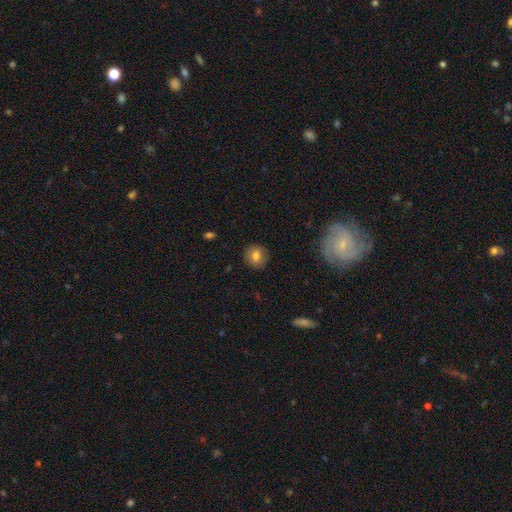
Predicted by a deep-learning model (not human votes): Smooth or featured: smooth — 78% (featured or disk — 13%)
How rounded: round — 84% (in between — 15%)
Merging: none — 87% (minor disturbance — 9%)